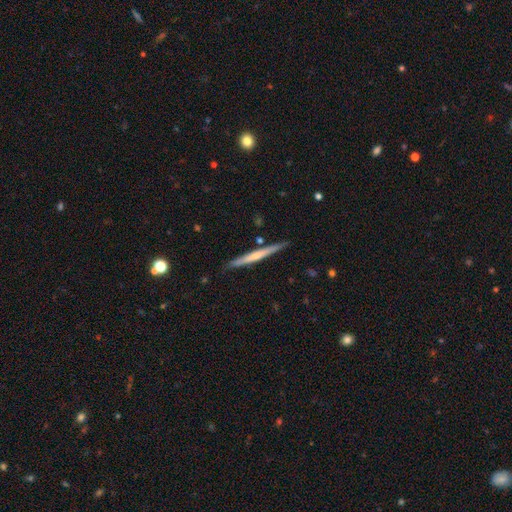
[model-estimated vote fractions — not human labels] This appears to be a featured or disk galaxy (53%) viewed edge-on (96%) with no central bulge (60%). Merging: none (86%).